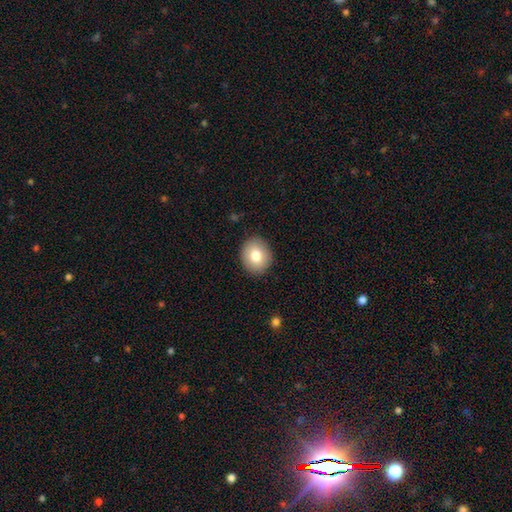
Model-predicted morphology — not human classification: A smooth galaxy with no disk features (79%) that is round (64%).

Vote fractions:
- Smooth or featured? smooth: 79% / featured or disk: 12% / star or artifact: 8%
- How rounded? round: 64% / in between: 35% / cigar-shaped: 1%
- Merging? none: 89% / minor disturbance: 8% / major disturbance: 2% / merger: 1%